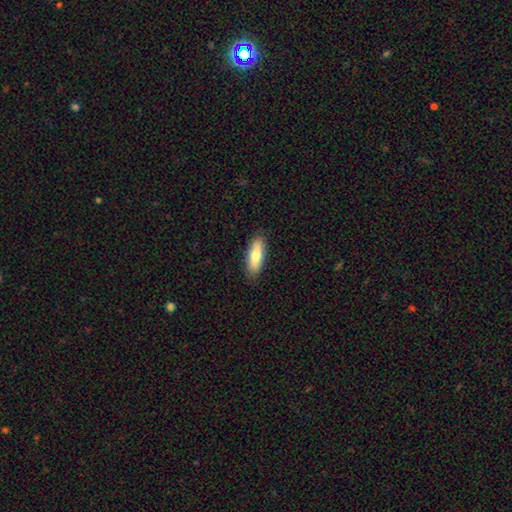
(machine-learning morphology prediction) smooth 73%, featured or disk 21%, star or artifact 6%. Down the decision tree: how rounded — in between (56%); merging — none (88%).